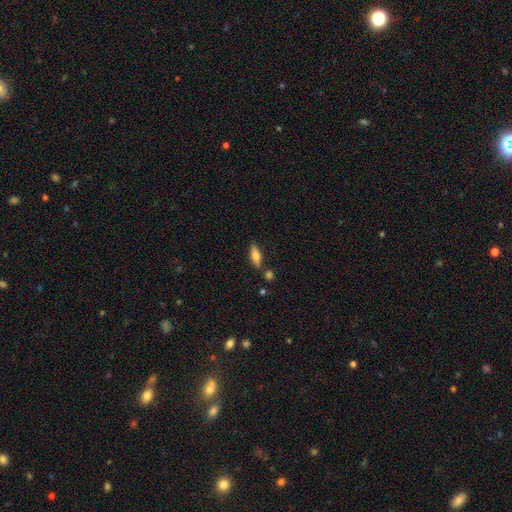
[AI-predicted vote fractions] A smooth galaxy with no disk features (64%) that is in between round and cigar-shaped (52%). Merging: none (80%).